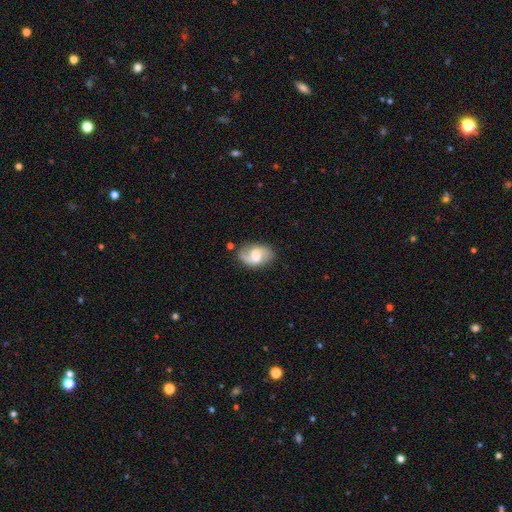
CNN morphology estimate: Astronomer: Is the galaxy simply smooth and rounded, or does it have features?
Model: featured or disk — 76%.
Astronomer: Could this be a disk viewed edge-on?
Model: no — 97%.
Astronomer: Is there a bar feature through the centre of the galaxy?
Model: weak — 55% (runner-up: no, 32%).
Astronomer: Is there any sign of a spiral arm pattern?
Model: yes — 94%.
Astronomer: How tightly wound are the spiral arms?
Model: medium — 45% (runner-up: loose, 41%).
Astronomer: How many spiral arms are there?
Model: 2 — 88%.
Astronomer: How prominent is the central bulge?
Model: moderate — 45% (runner-up: large, 23%).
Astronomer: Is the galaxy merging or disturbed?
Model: none — 76%.